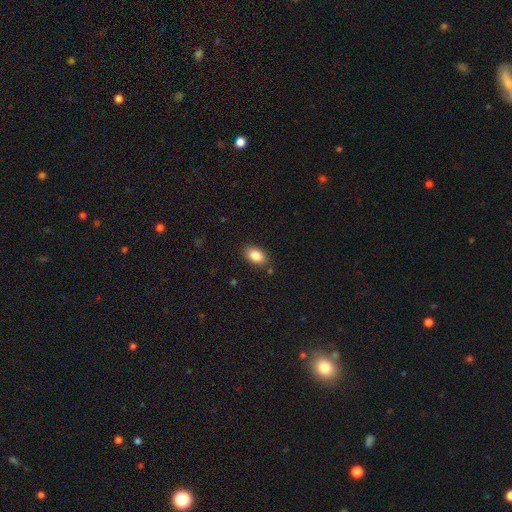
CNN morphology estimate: Q: Smooth or featured?
A: smooth (85%); runner-up: star or artifact (8%)
Q: How rounded?
A: in between (89%); runner-up: round (10%)
Q: Merging?
A: none (85%); runner-up: minor disturbance (10%)